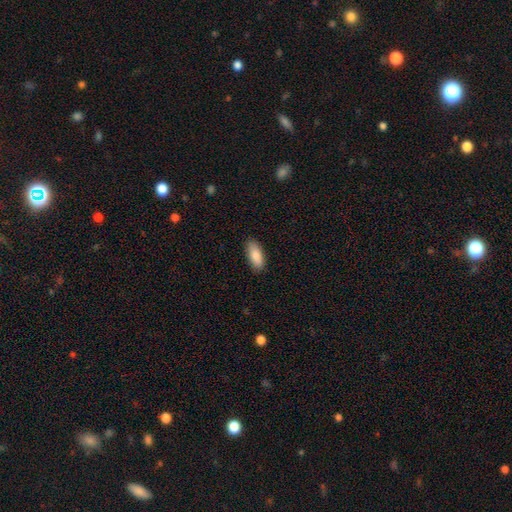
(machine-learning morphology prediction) Smooth or featured?
  - smooth: 87% *
  - featured or disk: 7%
  - star or artifact: 6%
How rounded?
  - in between: 82% *
  - cigar-shaped: 16%
  - round: 2%
Merging?
  - none: 87% *
  - minor disturbance: 10%
  - major disturbance: 2%
  - merger: 1%